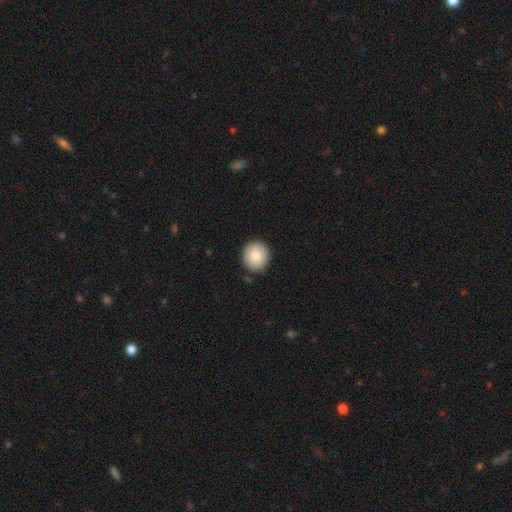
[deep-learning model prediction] Smooth or featured? smooth (87%)
How rounded? round (91%)
Merging? none (90%)